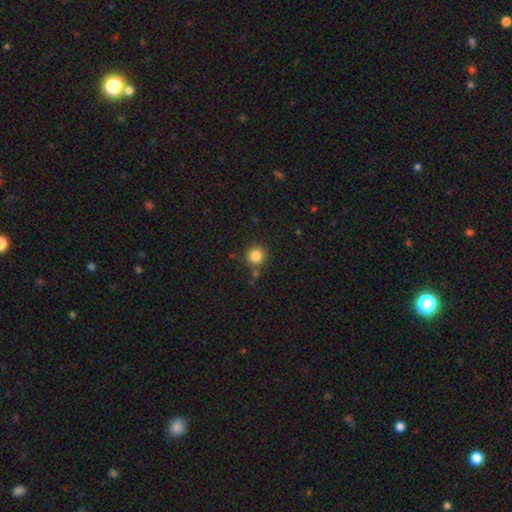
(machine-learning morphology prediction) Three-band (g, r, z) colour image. It shows a smooth galaxy with no disk features (85%) that is round (93%). Merging: none (81%).